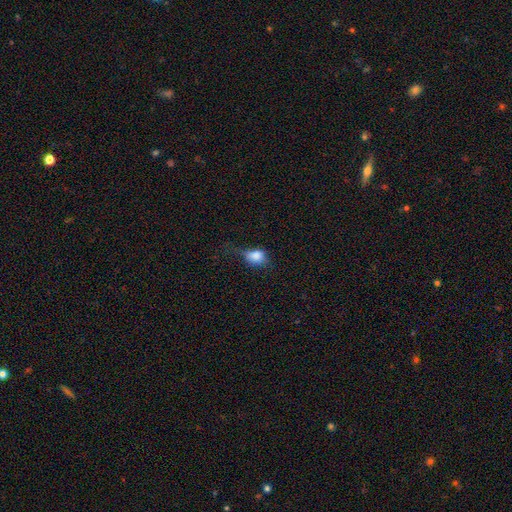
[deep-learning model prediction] Smooth or featured: smooth — 79% (featured or disk — 11%)
How rounded: in between — 50% (round — 48%)
Merging: minor disturbance — 35% (tied with none — 35%)